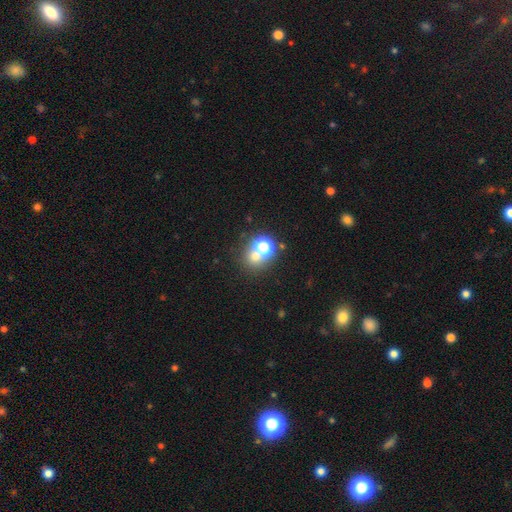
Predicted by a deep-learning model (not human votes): Smooth or featured: smooth — 58% (star or artifact — 30%)
How rounded: round — 81% (in between — 18%)
Merging: none — 56% (merger — 32%)